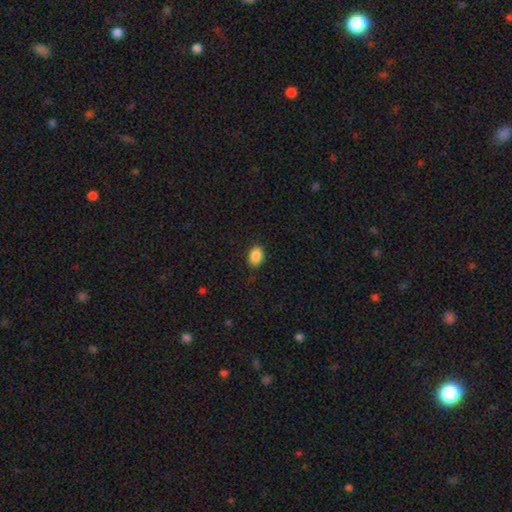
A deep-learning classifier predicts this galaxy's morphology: smooth-or-featured: smooth: 88% | star or artifact: 8% | featured or disk: 4%
  how-rounded: in between: 81% | round: 18% | cigar-shaped: 1%
  merging: none: 84% | minor disturbance: 12% | major disturbance: 3% | merger: 1%